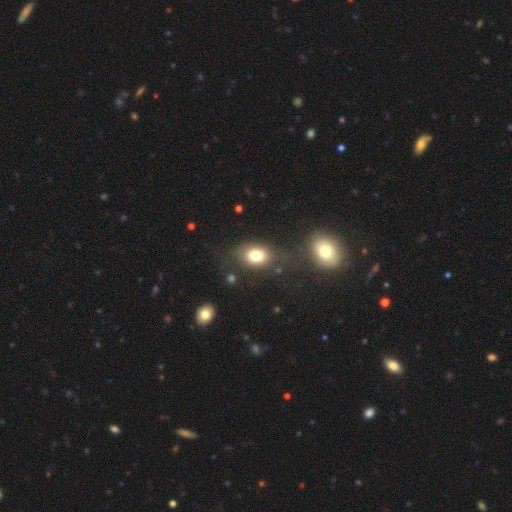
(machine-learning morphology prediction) A smooth galaxy with no disk features (79%) that is in between round and cigar-shaped (75%).

Vote fractions:
- Smooth or featured? smooth: 79% / featured or disk: 12% / star or artifact: 10%
- How rounded? in between: 75% / round: 24% / cigar-shaped: 1%
- Merging? none: 68% / minor disturbance: 17% / major disturbance: 8% / merger: 7%